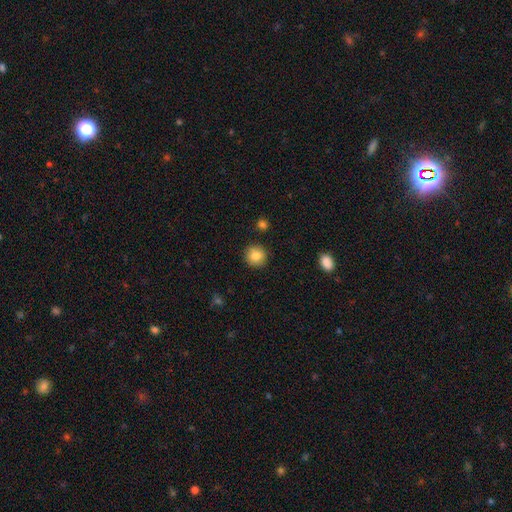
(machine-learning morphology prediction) Overall: smooth (85%). How rounded: round (93%). Merging: none (90%).